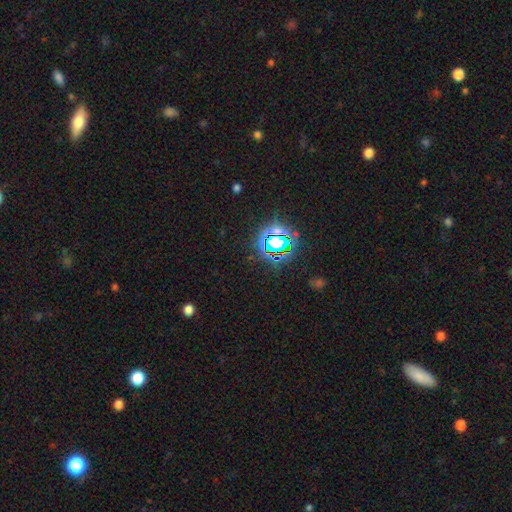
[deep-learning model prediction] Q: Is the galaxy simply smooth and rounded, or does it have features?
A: star or artifact — 79%.